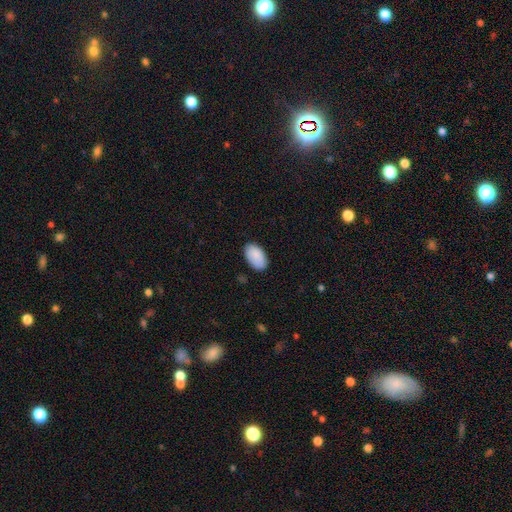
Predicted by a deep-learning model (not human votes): Smooth or featured: smooth — 89% (star or artifact — 6%)
How rounded: in between — 95% (round — 3%)
Merging: none — 84% (minor disturbance — 13%)